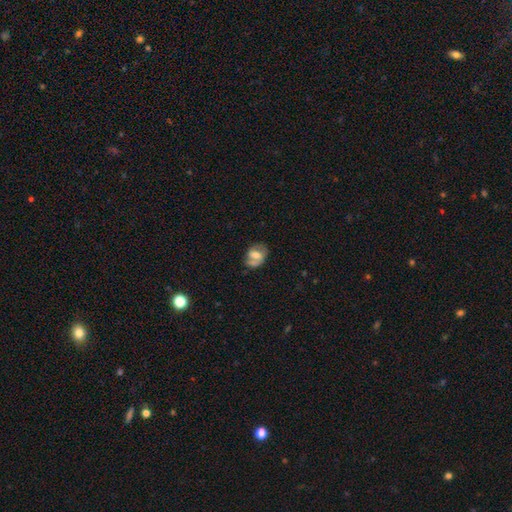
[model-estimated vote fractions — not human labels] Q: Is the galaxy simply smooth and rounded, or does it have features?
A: featured or disk — 47%.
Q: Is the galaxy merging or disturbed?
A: none — 57%.